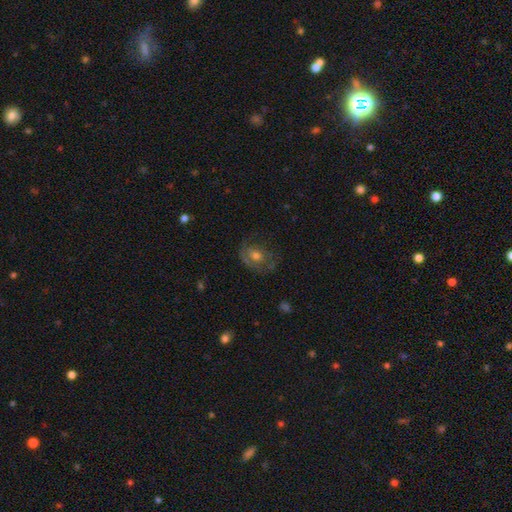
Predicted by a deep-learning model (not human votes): Q: Smooth or featured?
A: featured or disk (54%); runner-up: smooth (36%)
Q: Edge-on disk?
A: no (95%); runner-up: yes (5%)
Q: Bar?
A: no (72%); runner-up: weak (24%)
Q: Spiral arms?
A: yes (61%); runner-up: no (39%)
Q: Bulge size?
A: moderate (63%); runner-up: small (23%)
Q: Merging?
A: none (59%); runner-up: minor disturbance (22%)